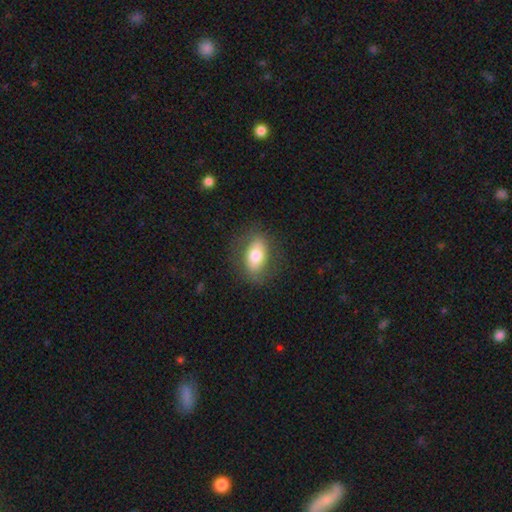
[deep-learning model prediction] smooth-or-featured: smooth: 68% | featured or disk: 25% | star or artifact: 7%
  how-rounded: in between: 87% | round: 9% | cigar-shaped: 4%
  merging: none: 80% | minor disturbance: 13% | major disturbance: 6% | merger: 1%